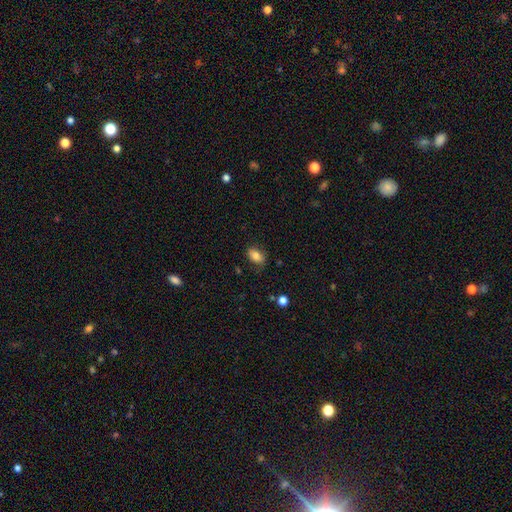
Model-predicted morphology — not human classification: The model was most divided on "merging": none: 75%, minor disturbance: 19%, major disturbance: 4%, merger: 2%. More confident: how rounded — in between (86%); smooth or featured — smooth (79%).